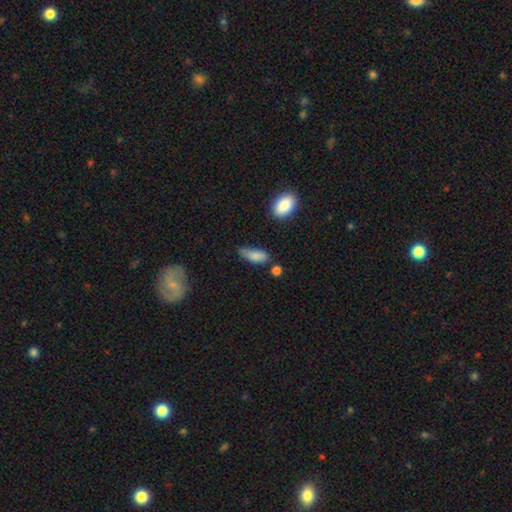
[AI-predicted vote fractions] smooth-or-featured: smooth: 82% | featured or disk: 10% | star or artifact: 8%
  how-rounded: in between: 75% | cigar-shaped: 22% | round: 3%
  merging: none: 50% | minor disturbance: 36% | major disturbance: 9% | merger: 6%